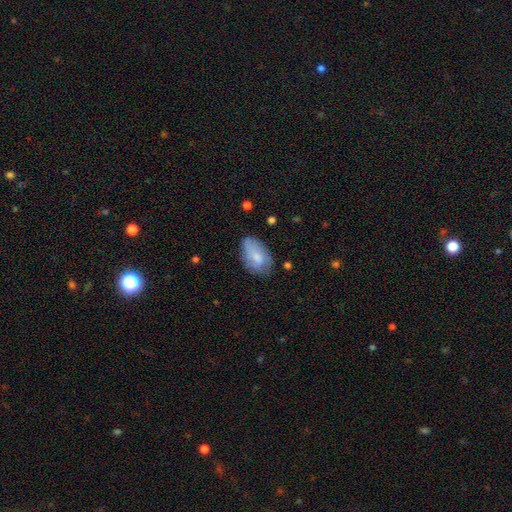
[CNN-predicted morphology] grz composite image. It shows a smooth galaxy with no disk features (67%) that is in between round and cigar-shaped (92%). Merging: none (57%).